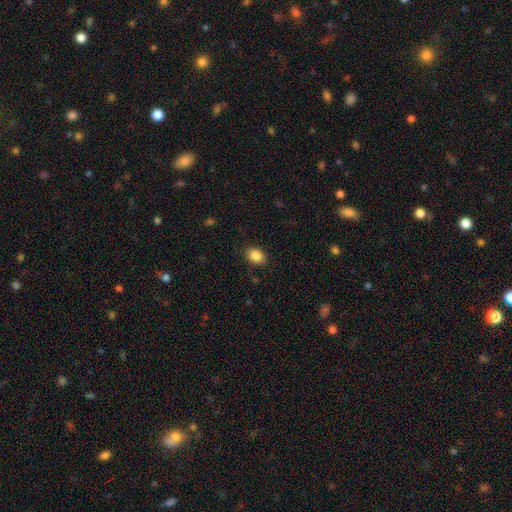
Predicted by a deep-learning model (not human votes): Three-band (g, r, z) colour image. It shows a smooth galaxy with no disk features (87%) that is in between round and cigar-shaped (72%). Merging: none (86%).